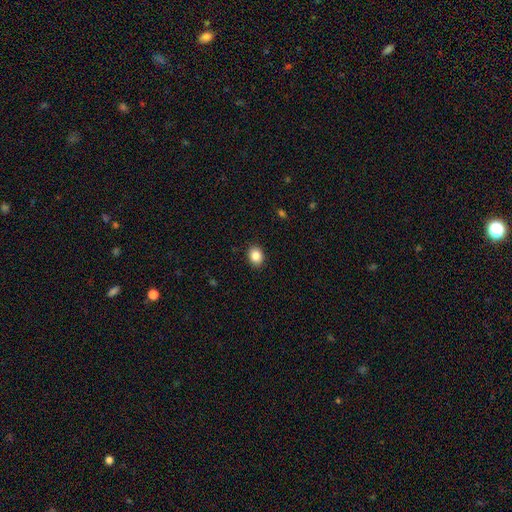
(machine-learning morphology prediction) A smooth galaxy with no disk features (86%) that is in between round and cigar-shaped (51%).

Vote fractions:
- Smooth or featured? smooth: 86% / star or artifact: 9% / featured or disk: 5%
- How rounded? in between: 51% / round: 48% / cigar-shaped: 1%
- Merging? none: 91% / minor disturbance: 7% / major disturbance: 2% / merger: 1%